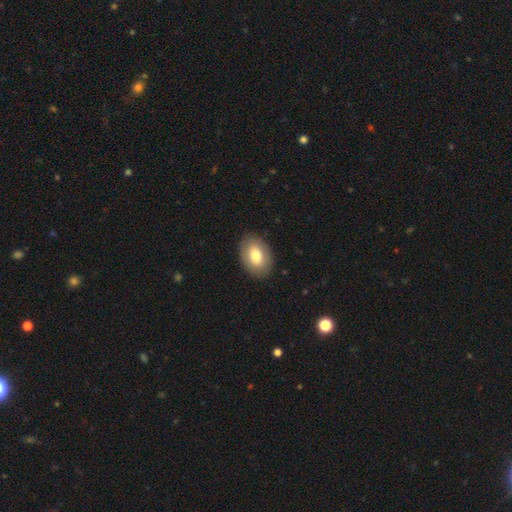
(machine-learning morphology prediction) Smooth or featured: smooth — 76% (featured or disk — 18%)
How rounded: in between — 84% (round — 15%)
Merging: none — 87% (minor disturbance — 9%)